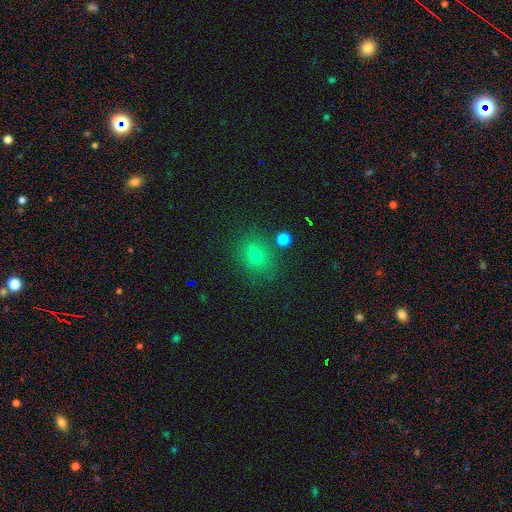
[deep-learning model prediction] Smooth or featured? Predicted: smooth (p=0.61). How rounded? Predicted: round (p=0.71). Merging? Predicted: none (p=0.70).